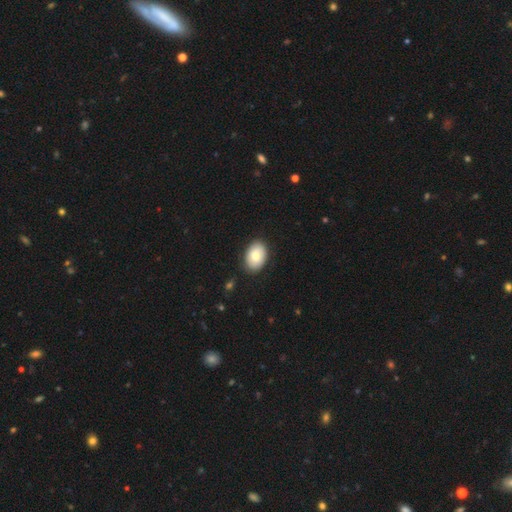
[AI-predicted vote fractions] A smooth galaxy with no disk features (81%) that is in between round and cigar-shaped (85%).

Vote fractions:
- Smooth or featured? smooth: 81% / featured or disk: 13% / star or artifact: 6%
- How rounded? in between: 85% / round: 14% / cigar-shaped: 1%
- Merging? none: 87% / minor disturbance: 10% / major disturbance: 2% / merger: 1%